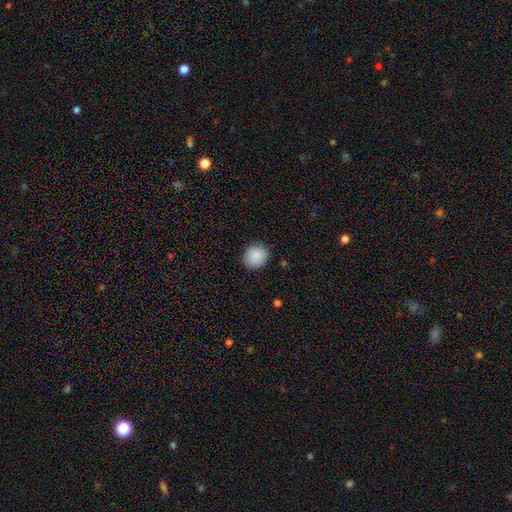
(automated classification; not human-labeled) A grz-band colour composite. It shows a smooth galaxy with no disk features (89%) that is round (78%). Merging: none (88%).